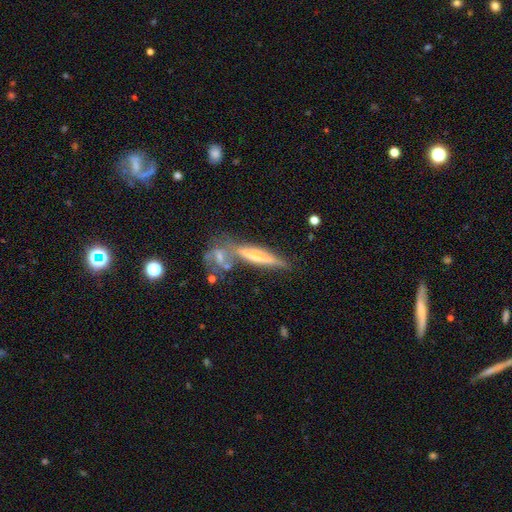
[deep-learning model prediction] Overall: featured or disk (59%; smooth 34%). Edge-on disk: yes (89%). Edge-on bulge: rounded (66%). Merging: none (50%; merger 30%).